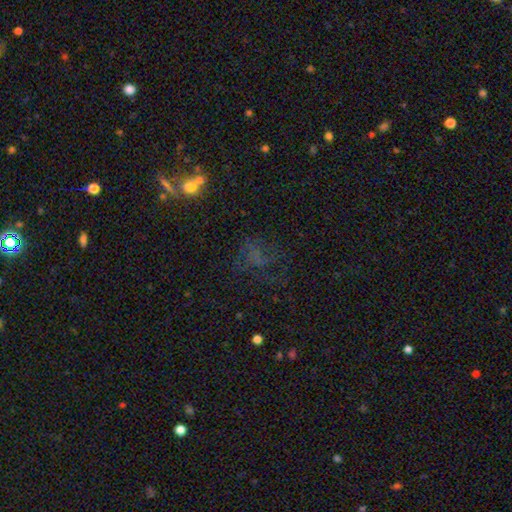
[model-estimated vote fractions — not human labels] smooth_or_featured: star or artifact (p=0.36) [alt: smooth p=0.33]